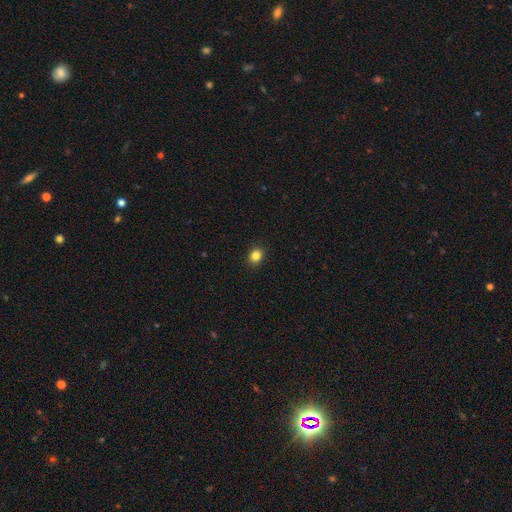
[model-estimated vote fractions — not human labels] This is clearly a smooth galaxy (84%). How rounded: likely round (62%). Merging: clearly none (91%).